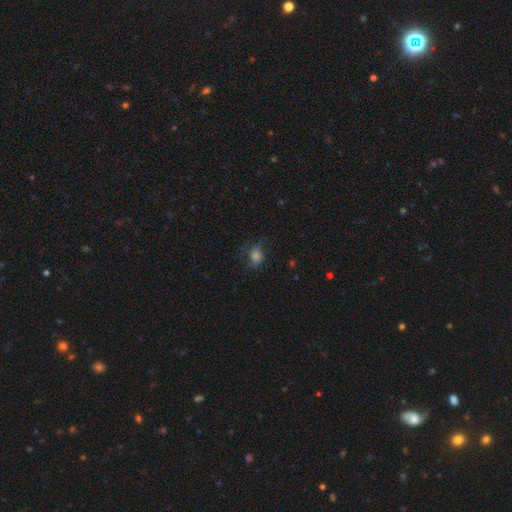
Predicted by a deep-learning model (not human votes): The model was most divided on "how rounded": round: 62%, in between: 36%, cigar-shaped: 1%. More confident: smooth or featured — smooth (65%); merging — none (63%).